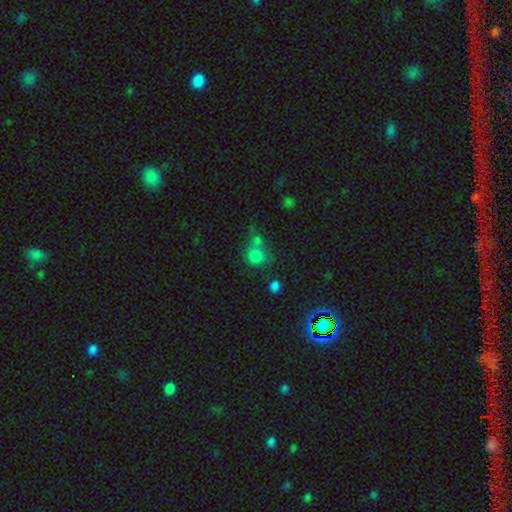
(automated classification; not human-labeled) A smooth galaxy with no disk features (75%) that is round (79%).

Vote fractions:
- Smooth or featured? smooth: 75% / star or artifact: 17% / featured or disk: 8%
- How rounded? round: 79% / in between: 20% / cigar-shaped: 1%
- Merging? merger: 41% / none: 40% / minor disturbance: 11% / major disturbance: 8%